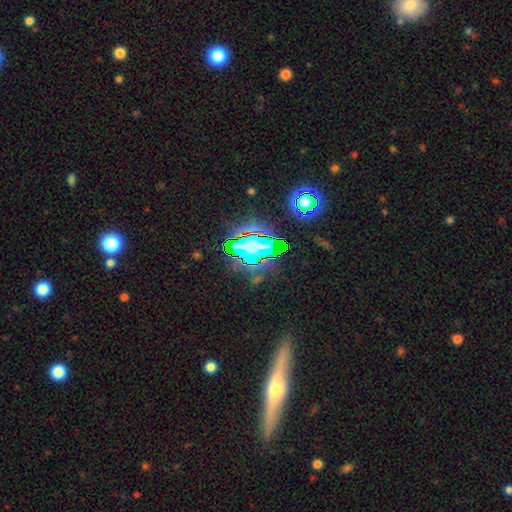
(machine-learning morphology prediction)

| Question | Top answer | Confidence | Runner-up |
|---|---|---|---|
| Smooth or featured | star or artifact | 56% | featured or disk (26%) |